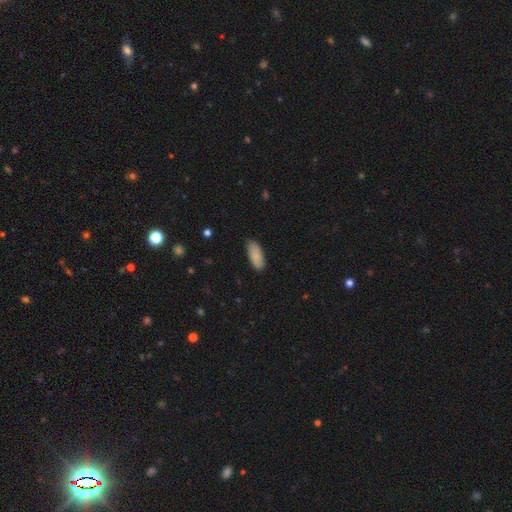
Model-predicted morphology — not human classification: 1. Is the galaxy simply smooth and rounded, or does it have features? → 85% smooth, 9% featured or disk, 6% star or artifact.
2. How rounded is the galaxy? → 83% in between, 16% cigar-shaped, 2% round.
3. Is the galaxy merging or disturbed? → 82% none, 14% minor disturbance, 2% major disturbance, 1% merger.